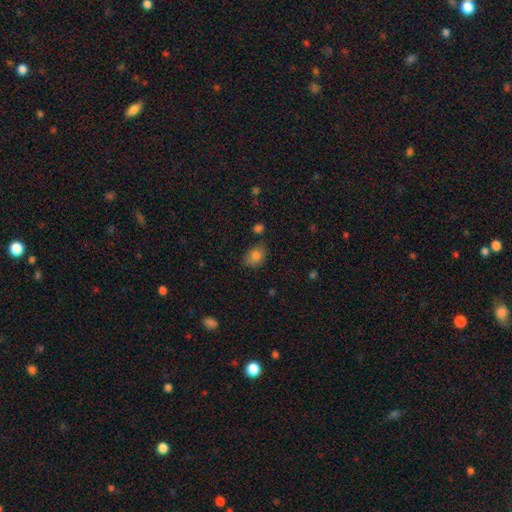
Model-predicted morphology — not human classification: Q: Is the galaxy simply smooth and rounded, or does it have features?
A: smooth — 83%.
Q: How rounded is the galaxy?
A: in between — 70%.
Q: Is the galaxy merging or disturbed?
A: none — 70%.